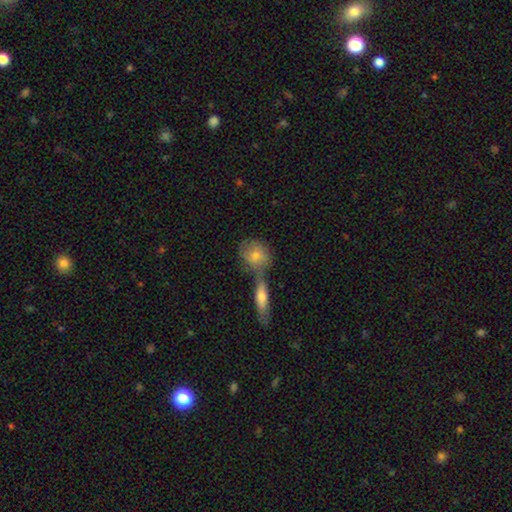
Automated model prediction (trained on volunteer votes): Smooth or featured: smooth — 67% (featured or disk — 25%)
How rounded: round — 57% (in between — 36%)
Merging: merger — 43% (none — 42%)